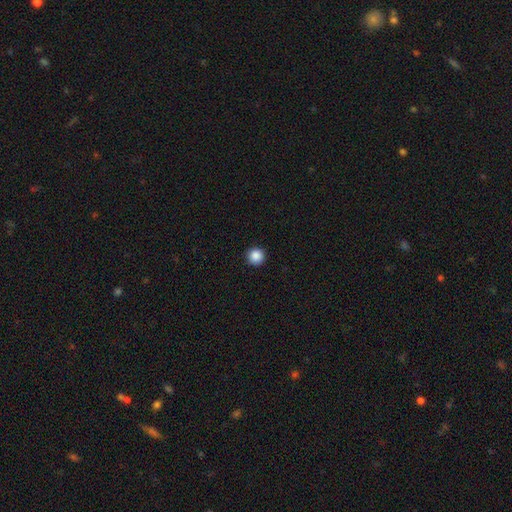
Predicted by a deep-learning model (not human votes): Overall: smooth (88%). How rounded: round (96%). Merging: none (93%).